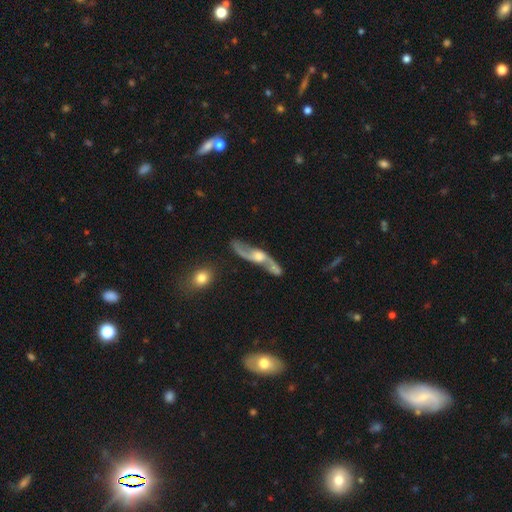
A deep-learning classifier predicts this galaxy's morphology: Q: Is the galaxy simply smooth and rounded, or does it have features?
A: featured or disk — 86%.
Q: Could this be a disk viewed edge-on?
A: no — 78%.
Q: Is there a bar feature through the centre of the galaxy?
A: no — 55%.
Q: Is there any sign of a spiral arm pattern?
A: yes — 94%.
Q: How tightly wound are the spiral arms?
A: loose — 71%.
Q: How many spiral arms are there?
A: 2 — 92%.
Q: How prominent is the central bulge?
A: moderate — 55%.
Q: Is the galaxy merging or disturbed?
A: none — 67%.